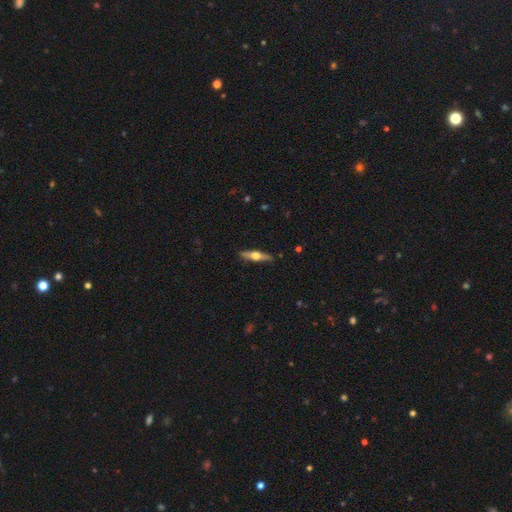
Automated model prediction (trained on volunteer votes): Smooth or featured: featured or disk — 71% (smooth — 24%)
Edge-on disk: yes — 97% (no — 3%)
Edge-on bulge: rounded — 96% (boxy — 3%)
Merging: none — 90% (minor disturbance — 8%)